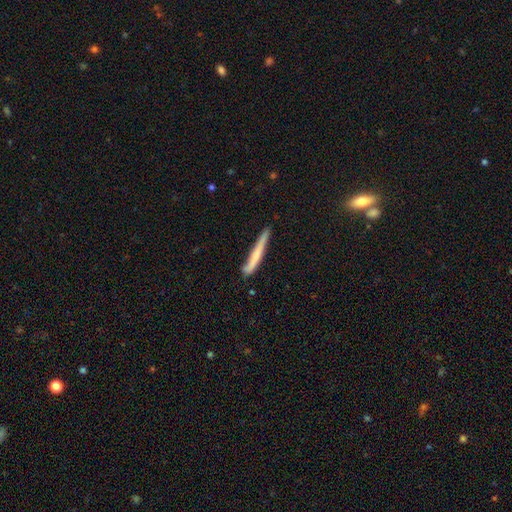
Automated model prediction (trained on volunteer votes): smooth-or-featured: smooth: 61% | featured or disk: 33% | star or artifact: 6%
  how-rounded: cigar-shaped: 96% | in between: 3% | round: 1%
  merging: none: 71% | minor disturbance: 22% | major disturbance: 4% | merger: 3%